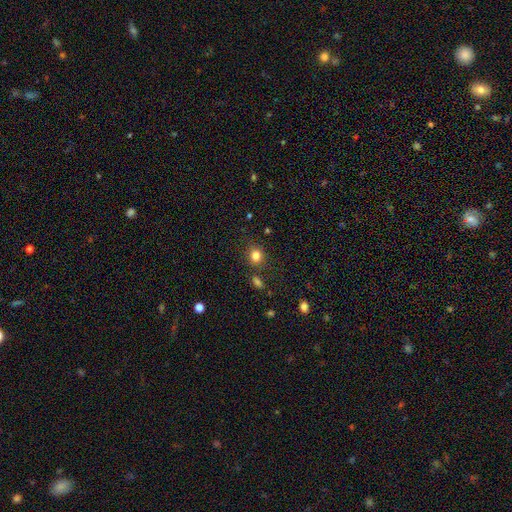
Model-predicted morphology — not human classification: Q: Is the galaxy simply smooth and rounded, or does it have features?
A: smooth — 82%.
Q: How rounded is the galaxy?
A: round — 72%.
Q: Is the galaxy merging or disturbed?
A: none — 80%.